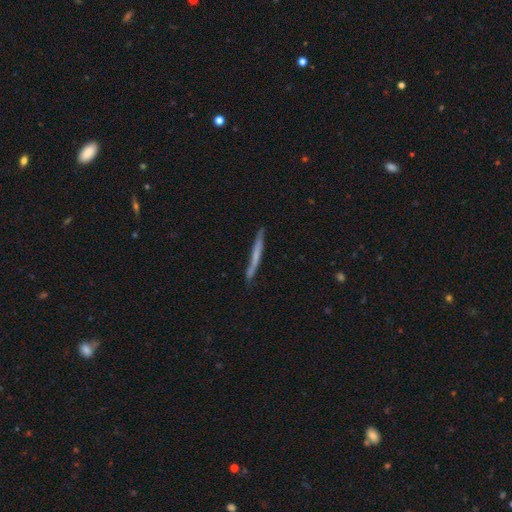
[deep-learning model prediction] Morphology: type=smooth (50%); merging=none (82%).